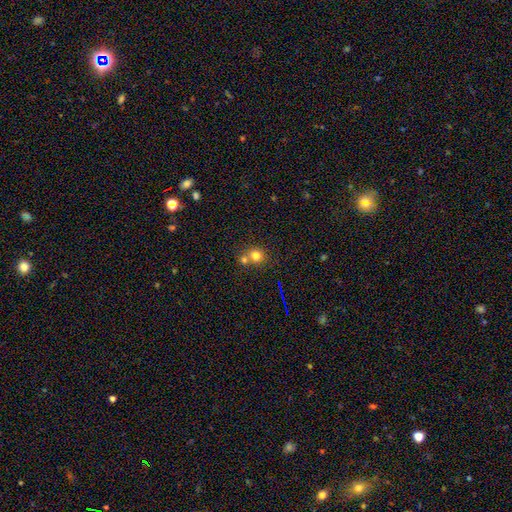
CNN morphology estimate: Q: Smooth or featured?
A: smooth (76%); runner-up: star or artifact (14%)
Q: How rounded?
A: round (85%); runner-up: in between (15%)
Q: Merging?
A: none (46%); runner-up: merger (45%)